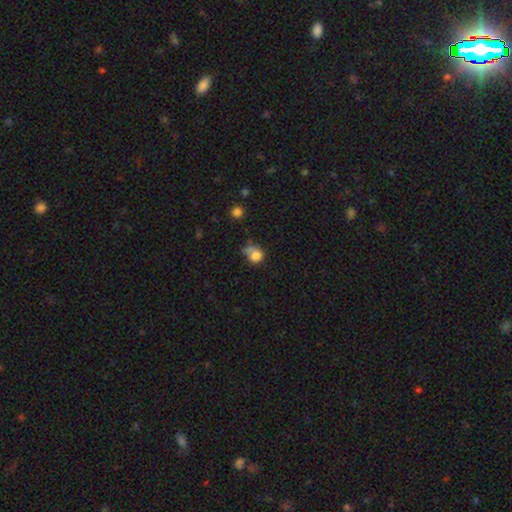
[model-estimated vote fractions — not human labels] Smooth or featured?
  - smooth: 80% *
  - star or artifact: 11%
  - featured or disk: 10%
How rounded?
  - round: 71% *
  - in between: 28%
  - cigar-shaped: 1%
Merging?
  - none: 38% *
  - minor disturbance: 28%
  - major disturbance: 18%
  - merger: 15%